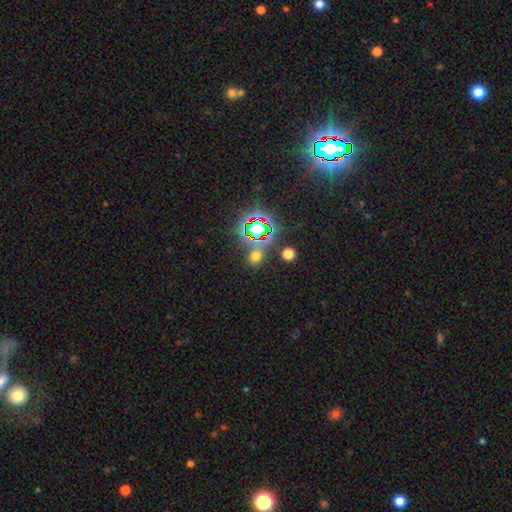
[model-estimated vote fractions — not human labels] Morphology: type=smooth (53%); roundness=round (62%); merging=none (75%).